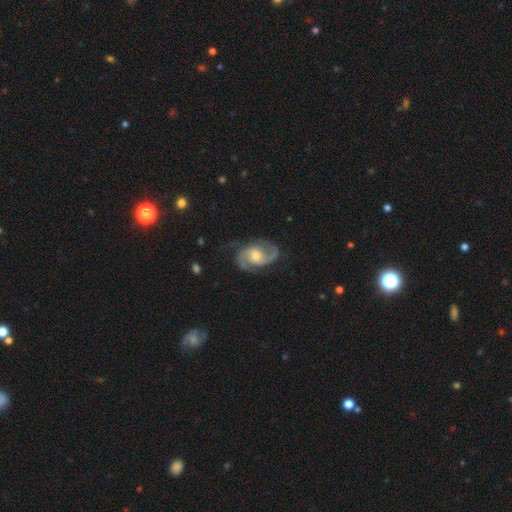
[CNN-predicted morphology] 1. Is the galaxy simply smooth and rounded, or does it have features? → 90% featured or disk, 6% smooth, 5% star or artifact.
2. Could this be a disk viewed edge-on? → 98% no, 2% yes.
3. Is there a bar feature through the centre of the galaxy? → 57% no, 35% weak, 7% strong.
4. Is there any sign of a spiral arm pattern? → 98% yes, 2% no.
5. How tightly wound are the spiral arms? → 57% medium, 23% loose, 20% tight.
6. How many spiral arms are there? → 90% 2, 3% 3, 3% can't tell, 2% 1, 1% 4, 1% more than 4.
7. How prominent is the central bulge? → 59% moderate, 32% small, 6% large, 3% none, 1% dominant.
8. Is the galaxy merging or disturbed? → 75% none, 16% minor disturbance, 7% major disturbance, 1% merger.